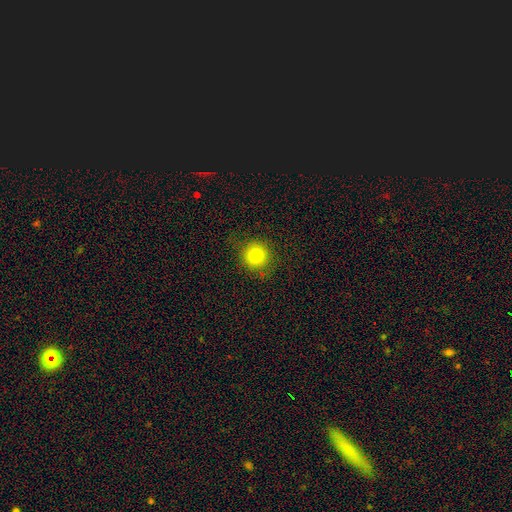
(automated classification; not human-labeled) Smooth or featured: smooth — 81% (star or artifact — 12%)
How rounded: round — 94% (in between — 5%)
Merging: none — 88% (minor disturbance — 8%)